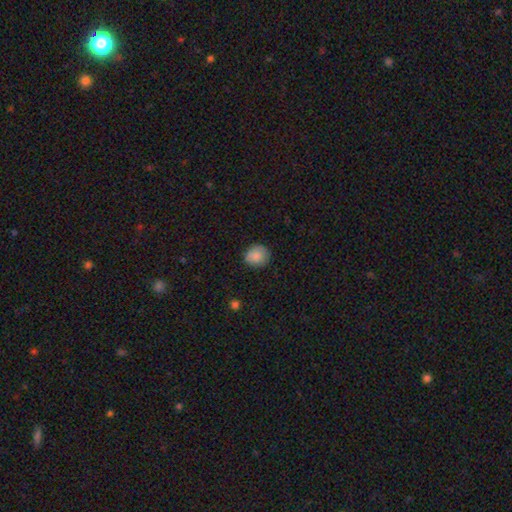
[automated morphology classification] smooth_or_featured: smooth (p=0.86) [alt: star or artifact p=0.08]
how_rounded: round (p=0.78) [alt: in between p=0.21]
merging: none (p=0.81) [alt: minor disturbance p=0.15]